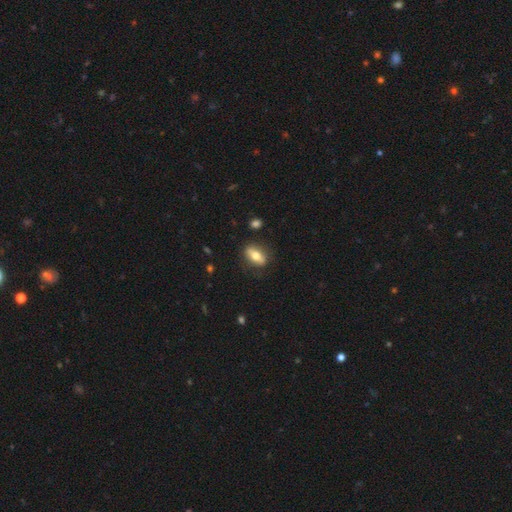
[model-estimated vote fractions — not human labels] Smooth or featured? smooth (61%)
How rounded? in between (79%)
Merging? none (80%)